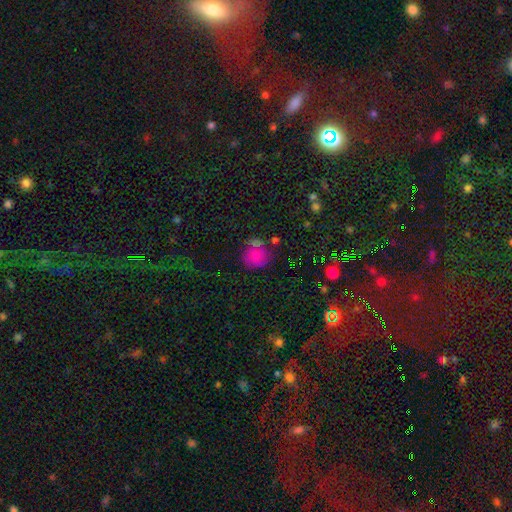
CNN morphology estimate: This is likely a smooth galaxy (65%). How rounded: clearly round (83%). Merging: possibly none (54%).